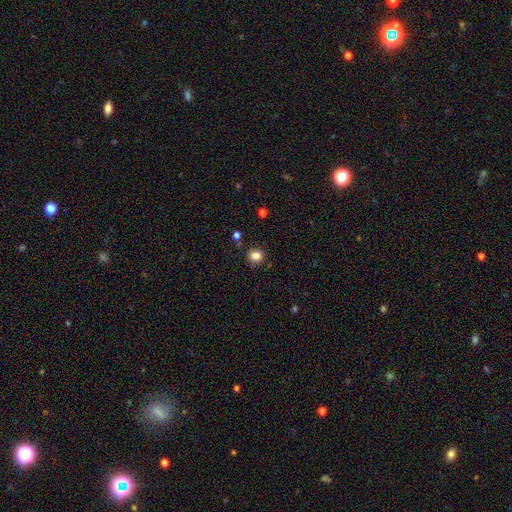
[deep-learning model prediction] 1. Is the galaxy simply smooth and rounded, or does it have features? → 84% smooth, 12% star or artifact, 5% featured or disk.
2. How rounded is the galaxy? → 77% round, 22% in between, 1% cigar-shaped.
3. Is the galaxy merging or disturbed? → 83% none, 11% minor disturbance, 3% merger, 3% major disturbance.